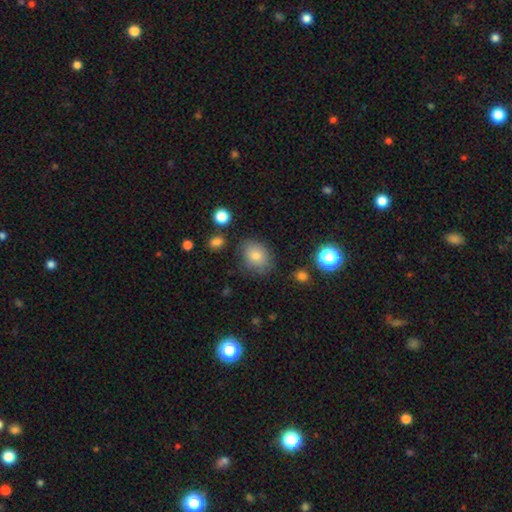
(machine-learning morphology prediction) A smooth galaxy with no disk features (77%) that is in between round and cigar-shaped (60%). Merging: none (76%).